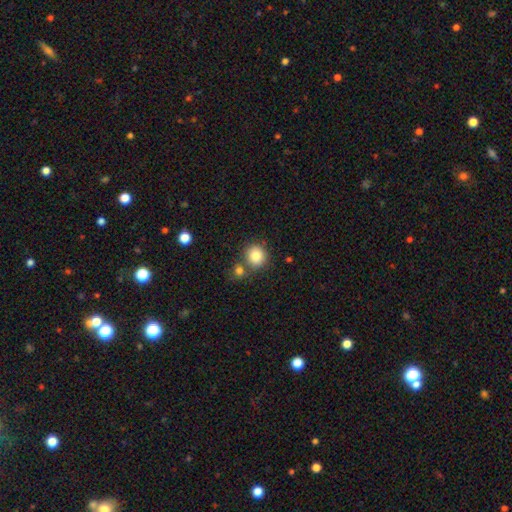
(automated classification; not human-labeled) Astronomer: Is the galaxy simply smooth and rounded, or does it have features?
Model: smooth — 84%.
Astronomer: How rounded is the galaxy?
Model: round — 87%.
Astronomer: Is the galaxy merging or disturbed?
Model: none — 65%.